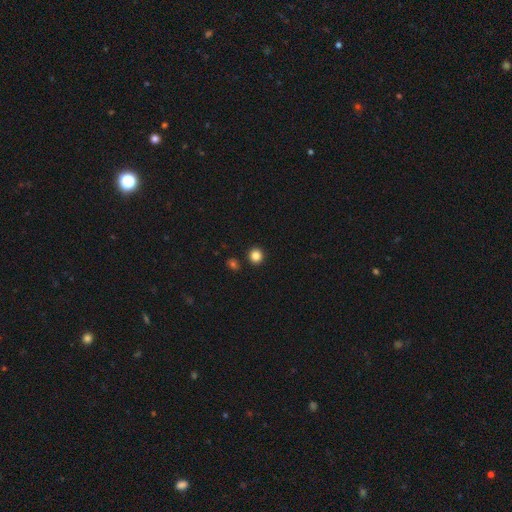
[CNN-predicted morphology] The model was most divided on "smooth or featured": smooth: 84%, star or artifact: 12%, featured or disk: 4%. More confident: how rounded — round (93%); merging — none (91%).